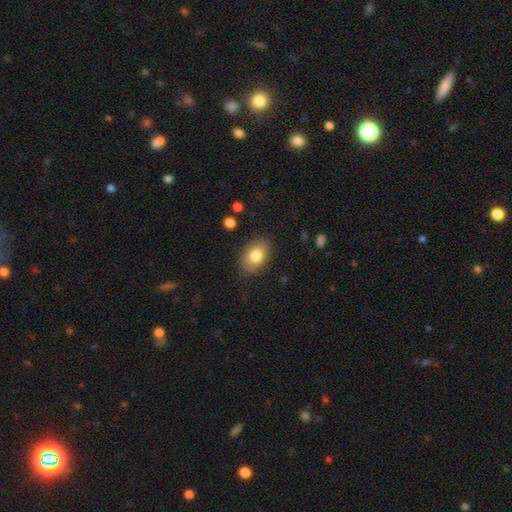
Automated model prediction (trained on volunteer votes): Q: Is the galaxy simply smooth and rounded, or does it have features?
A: smooth — 80%.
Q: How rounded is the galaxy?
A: in between — 83%.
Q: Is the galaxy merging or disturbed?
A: none — 85%.